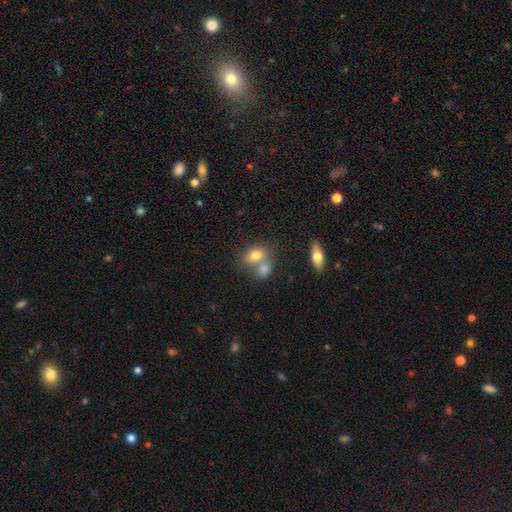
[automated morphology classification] A smooth galaxy with no disk features (77%) that is in between round and cigar-shaped (75%). Merging: merger (54%).